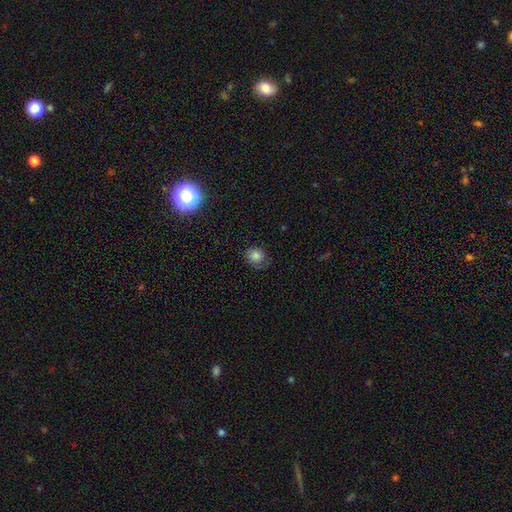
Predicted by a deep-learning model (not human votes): Morphology: type=smooth (81%); roundness=round (75%); merging=none (68%).